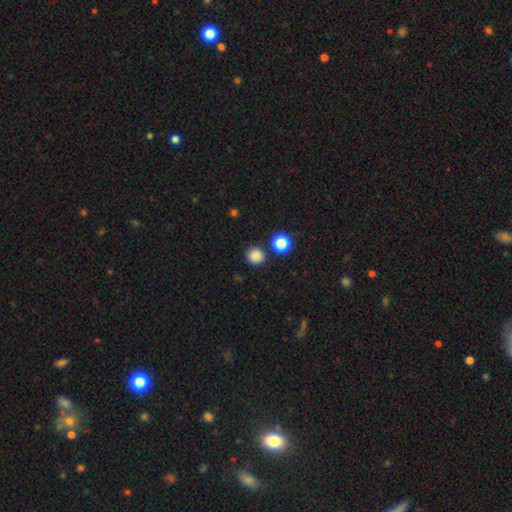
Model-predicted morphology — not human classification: This is clearly a smooth galaxy (84%). How rounded: clearly round (88%). Merging: clearly none (85%).